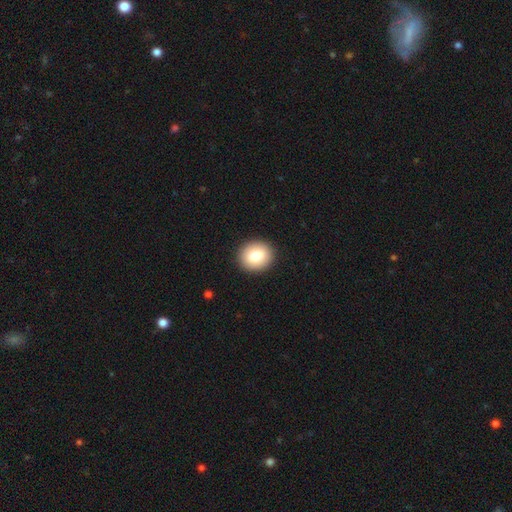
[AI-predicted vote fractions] smooth-or-featured: smooth: 81% | featured or disk: 11% | star or artifact: 8%
  how-rounded: round: 74% | in between: 26% | cigar-shaped: 1%
  merging: none: 92% | minor disturbance: 5% | major disturbance: 2% | merger: 1%